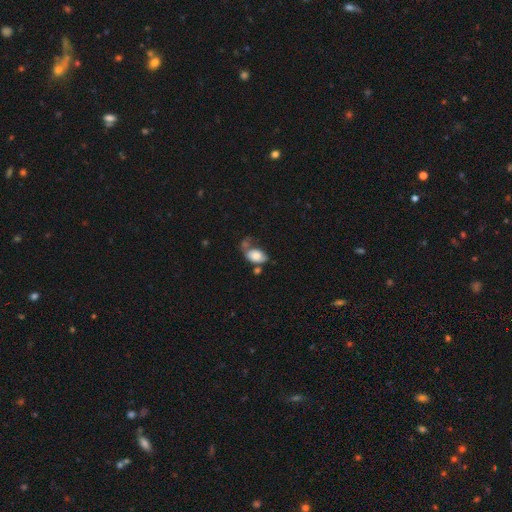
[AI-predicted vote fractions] This is likely a smooth galaxy (75%). How rounded: clearly in between (86%). Merging: marginally none (29%).